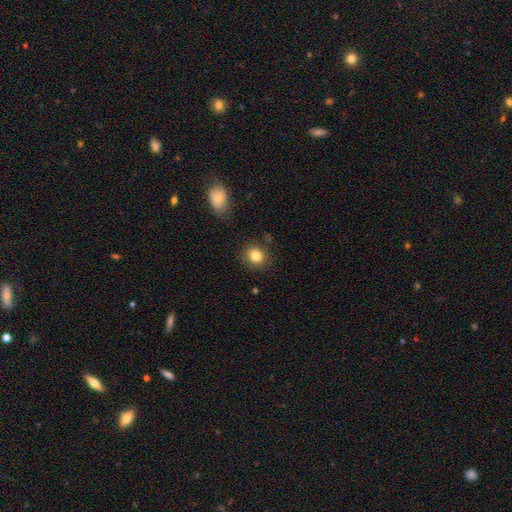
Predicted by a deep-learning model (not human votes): This is clearly a smooth galaxy (83%). How rounded: likely round (76%). Merging: clearly none (86%).